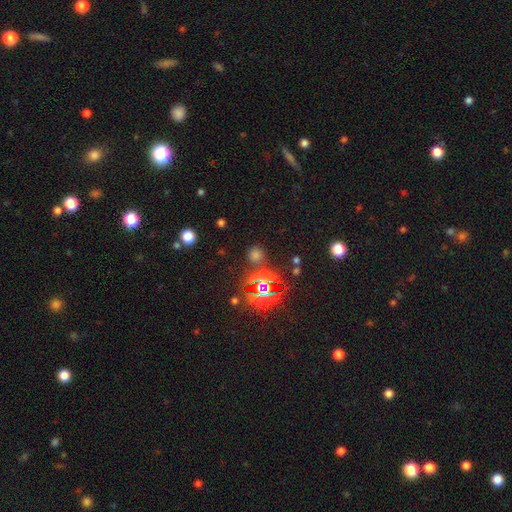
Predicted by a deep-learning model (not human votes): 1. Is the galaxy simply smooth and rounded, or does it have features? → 47% star or artifact (tied), 47% smooth (tied), 7% featured or disk.